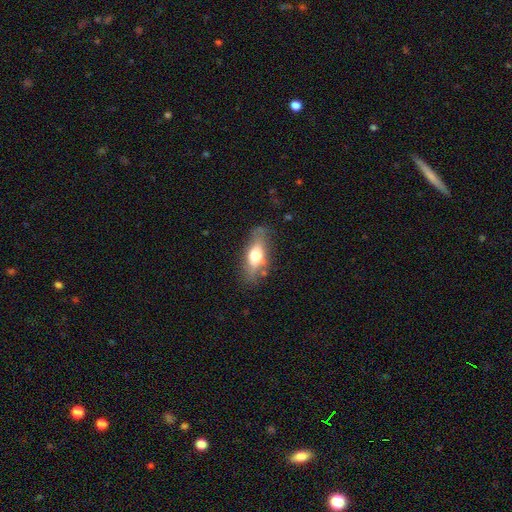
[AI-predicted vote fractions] The model was most divided on "smooth or featured": smooth: 58%, featured or disk: 35%, star or artifact: 7%. More confident: merging — none (72%); how rounded — in between (67%).